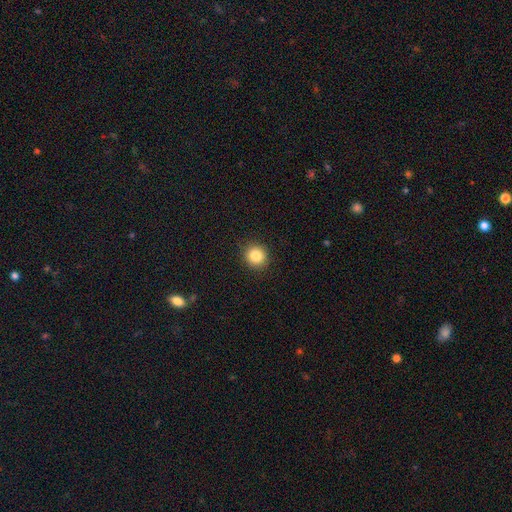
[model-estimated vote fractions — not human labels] This appears to be a smooth galaxy with no disk features (84%) that is round (91%). Merging: none (91%).